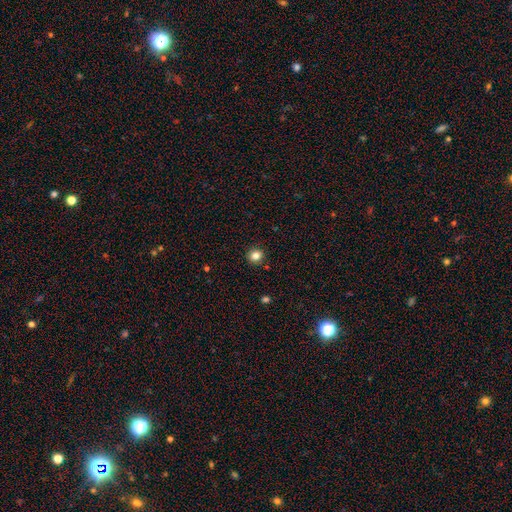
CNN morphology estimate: Smooth or featured: smooth — 83% (star or artifact — 12%)
How rounded: round — 86% (in between — 13%)
Merging: none — 91% (minor disturbance — 6%)